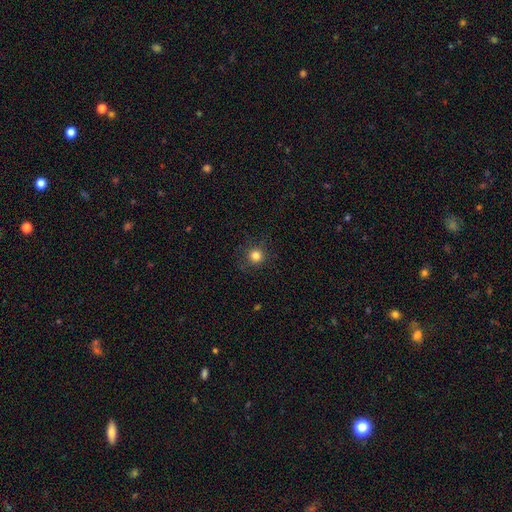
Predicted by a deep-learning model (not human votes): This appears to be a smooth galaxy with no disk features (82%) that is round (94%). Merging: none (88%).